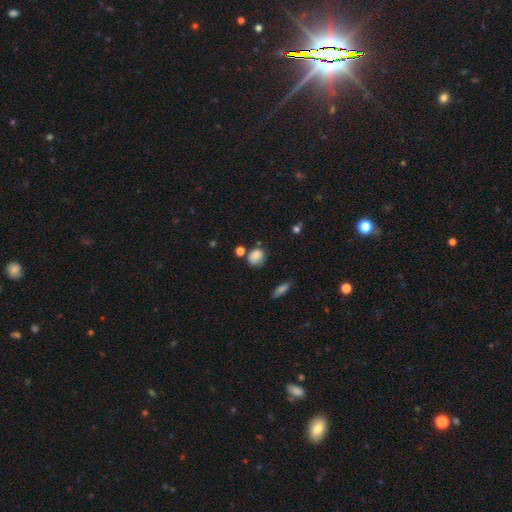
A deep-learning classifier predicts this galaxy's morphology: Smooth or featured: smooth — 82% (star or artifact — 11%)
How rounded: round — 62% (in between — 36%)
Merging: none — 62% (minor disturbance — 21%)